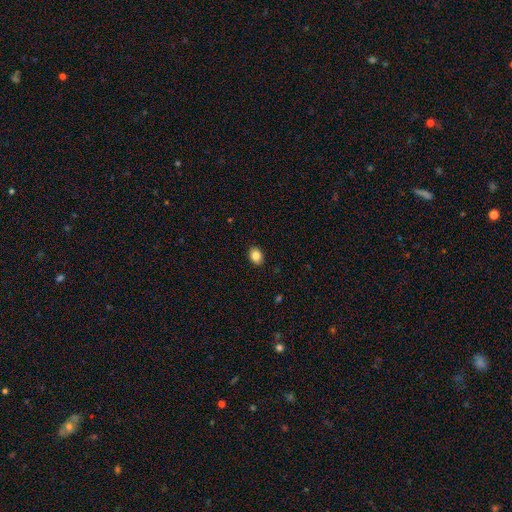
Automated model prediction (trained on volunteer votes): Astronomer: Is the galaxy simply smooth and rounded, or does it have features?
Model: smooth — 85%.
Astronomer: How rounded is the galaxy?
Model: in between — 60% (runner-up: round, 39%).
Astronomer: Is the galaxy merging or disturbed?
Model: none — 90%.